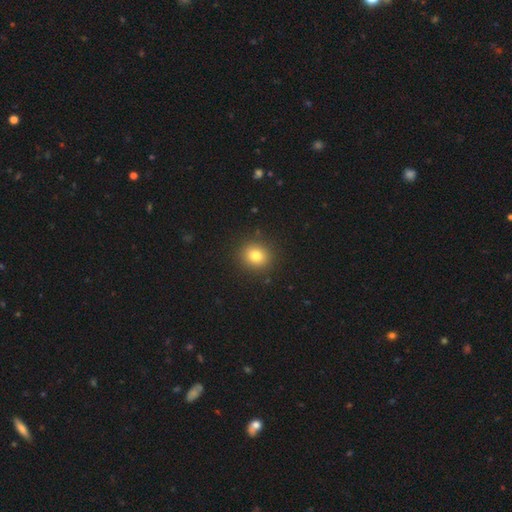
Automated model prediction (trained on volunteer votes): Smooth or featured? smooth (80%)
How rounded? round (82%)
Merging? none (90%)